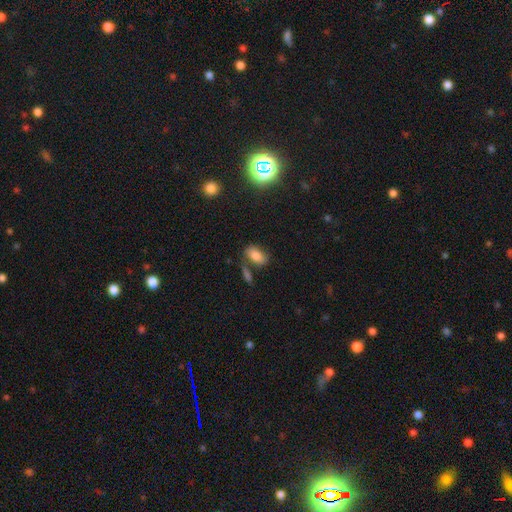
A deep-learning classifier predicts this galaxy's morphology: Overall: smooth (80%). How rounded: in between (90%). Merging: none (68%).